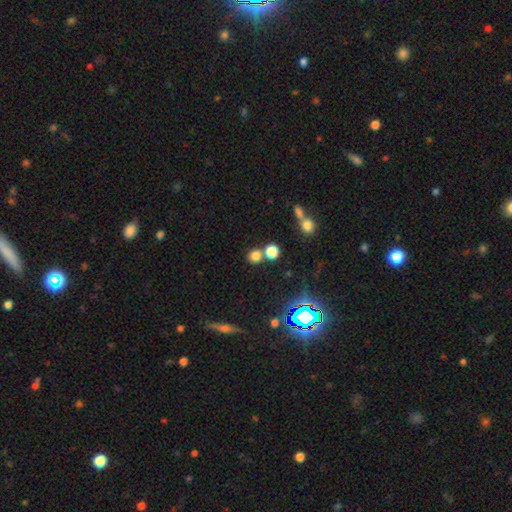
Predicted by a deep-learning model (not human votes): This is likely a smooth galaxy (74%). How rounded: clearly round (86%). Merging: likely none (63%).